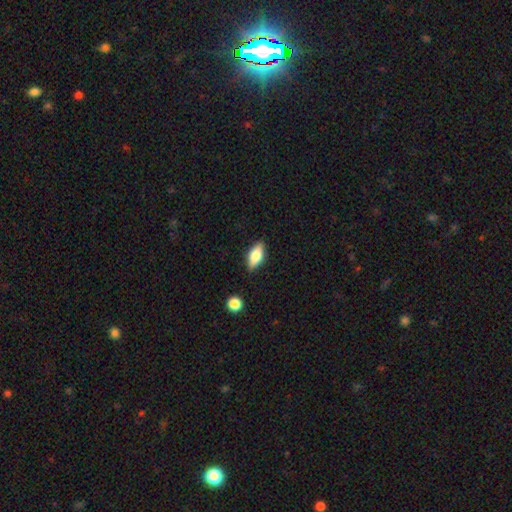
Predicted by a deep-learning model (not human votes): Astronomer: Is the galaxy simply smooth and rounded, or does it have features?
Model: smooth — 67%.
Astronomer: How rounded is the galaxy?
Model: in between — 81%.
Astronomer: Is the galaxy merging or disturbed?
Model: none — 84%.